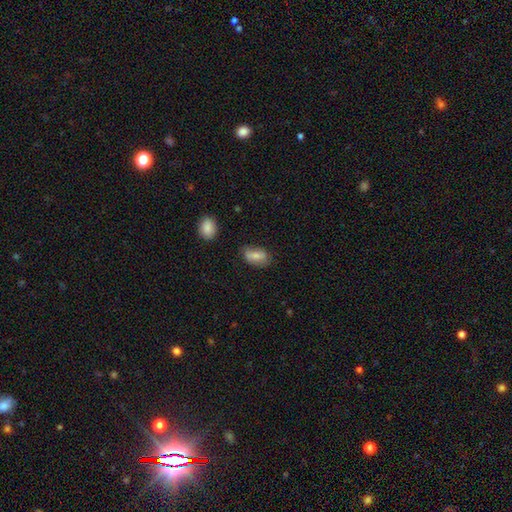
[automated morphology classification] Smooth or featured: smooth — 74% (featured or disk — 18%)
How rounded: in between — 88% (round — 7%)
Merging: none — 69% (minor disturbance — 23%)